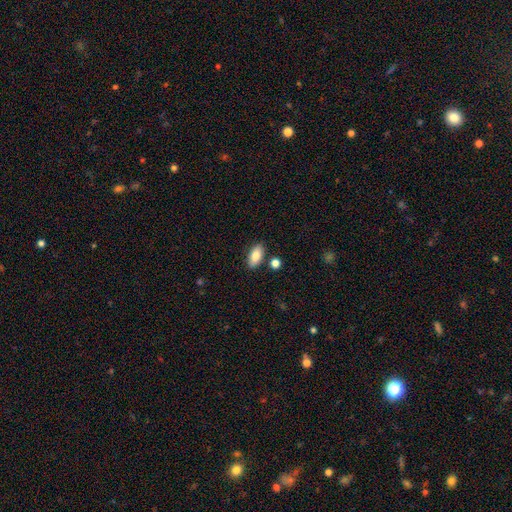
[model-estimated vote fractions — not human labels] Morphology: type=smooth (83%); roundness=in between (89%); merging=none (83%).